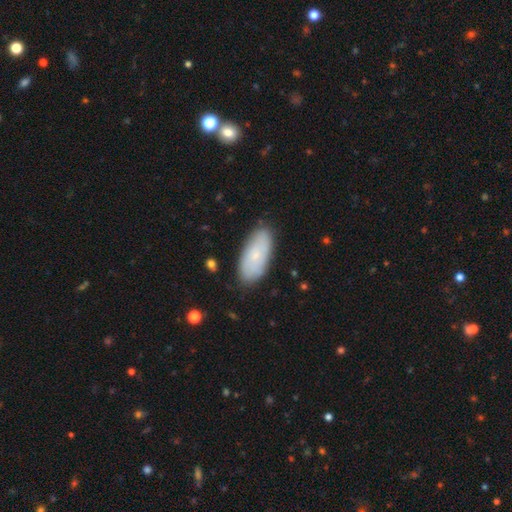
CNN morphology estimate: Smooth or featured? smooth (63%)
How rounded? in between (90%)
Merging? none (82%)